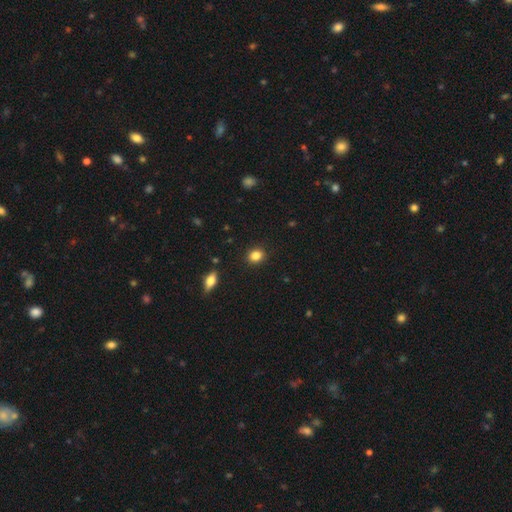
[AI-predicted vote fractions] The model was most divided on "how rounded": round: 66%, in between: 33%, cigar-shaped: 1%. More confident: merging — none (90%); smooth or featured — smooth (85%).